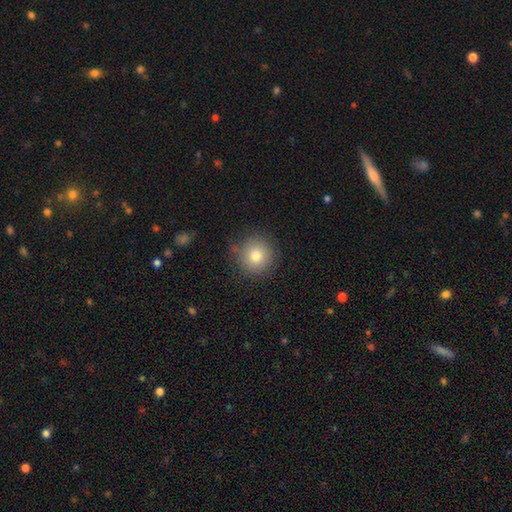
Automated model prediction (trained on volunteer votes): smooth-or-featured: smooth: 78% | featured or disk: 11% | star or artifact: 10%
  how-rounded: round: 95% | in between: 4% | cigar-shaped: 1%
  merging: none: 85% | minor disturbance: 10% | major disturbance: 3% | merger: 2%